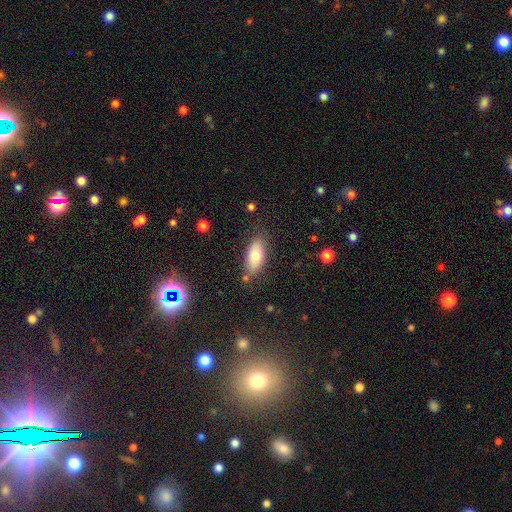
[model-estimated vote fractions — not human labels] Overall: smooth (73%). How rounded: in between (85%). Merging: none (79%).